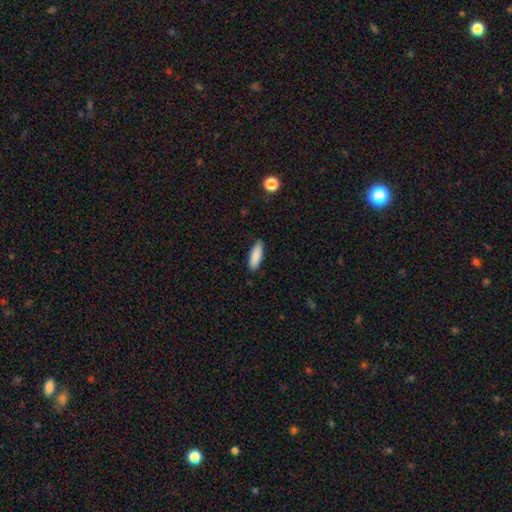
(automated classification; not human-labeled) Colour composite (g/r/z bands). It shows a smooth galaxy with no disk features (89%) that is in between round and cigar-shaped (62%). Merging: none (88%).